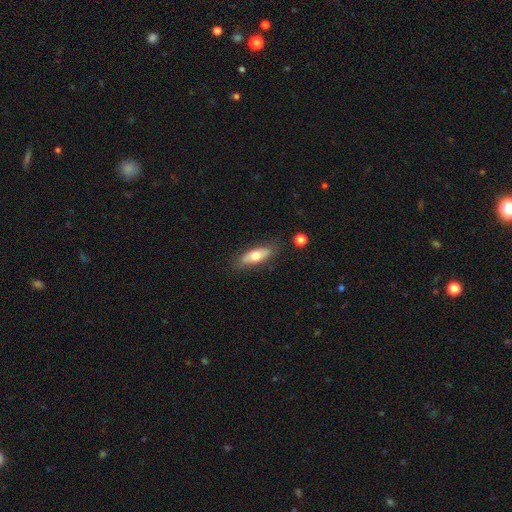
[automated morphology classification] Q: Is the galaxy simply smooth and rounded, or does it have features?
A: smooth — 64%.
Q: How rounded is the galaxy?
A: in between — 65%.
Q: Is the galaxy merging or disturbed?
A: none — 78%.